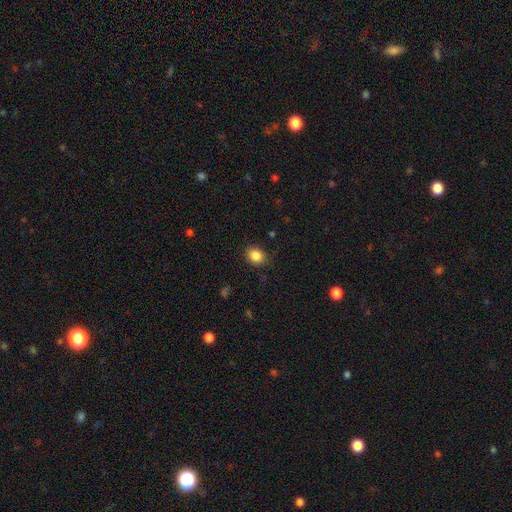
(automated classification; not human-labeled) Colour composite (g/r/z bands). It shows a smooth galaxy with no disk features (86%) that is round (54%). Merging: none (86%).